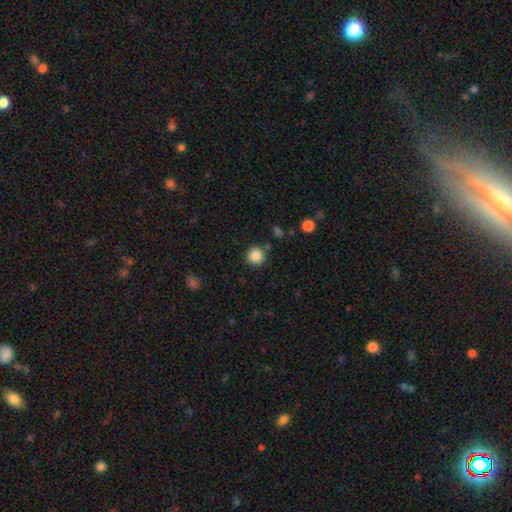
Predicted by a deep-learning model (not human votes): A smooth galaxy with no disk features (86%) that is round (94%). Merging: none (86%).